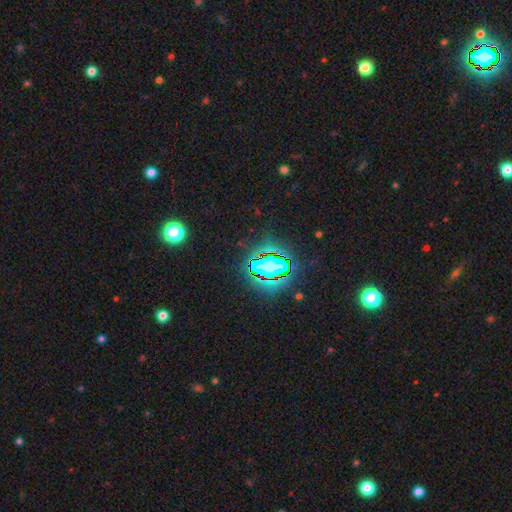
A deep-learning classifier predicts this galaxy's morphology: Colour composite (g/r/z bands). It shows a star or artifact, not a galaxy (73%).